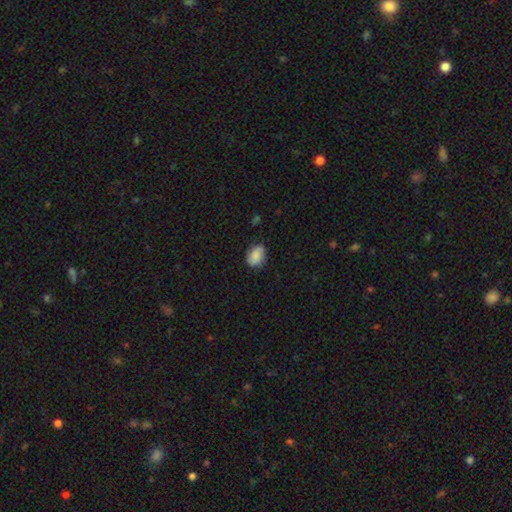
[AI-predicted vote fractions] A smooth galaxy with no disk features (83%) that is in between round and cigar-shaped (70%). Merging: none (76%).